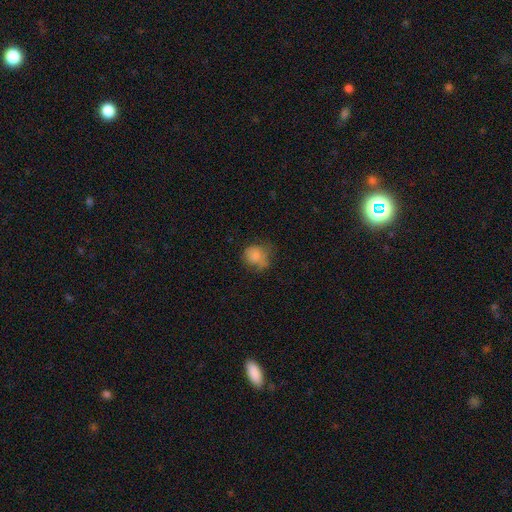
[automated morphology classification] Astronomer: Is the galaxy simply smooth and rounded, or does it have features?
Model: smooth — 78%.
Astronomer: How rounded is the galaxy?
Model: round — 75%.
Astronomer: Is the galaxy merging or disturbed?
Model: none — 49% (runner-up: minor disturbance, 30%).